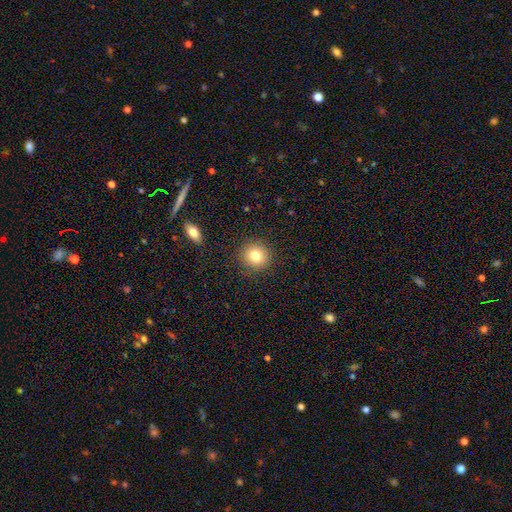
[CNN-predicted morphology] Q: Smooth or featured?
A: smooth (79%); runner-up: star or artifact (11%)
Q: How rounded?
A: round (92%); runner-up: in between (7%)
Q: Merging?
A: none (90%); runner-up: minor disturbance (6%)